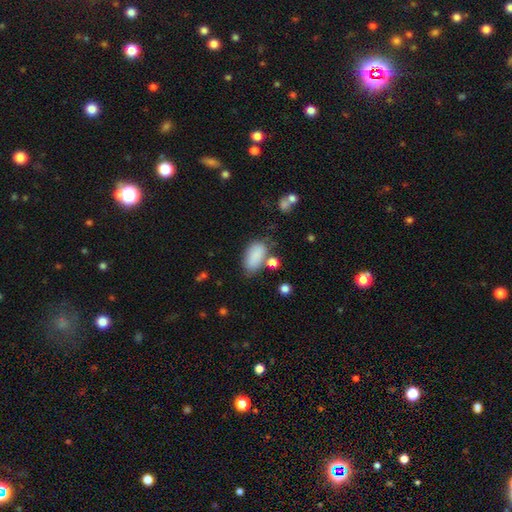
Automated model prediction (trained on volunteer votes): smooth 84%, star or artifact 8%, featured or disk 8%. Down the decision tree: how rounded — in between (92%); merging — none (60%).